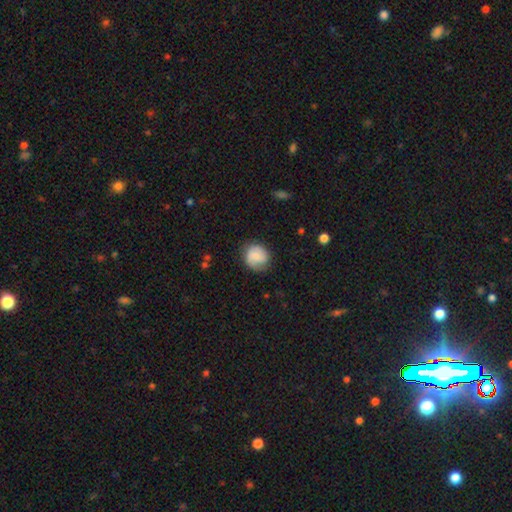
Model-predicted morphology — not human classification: Overall: smooth (51%; featured or disk 42%). How rounded: round (77%). Merging: none (71%).